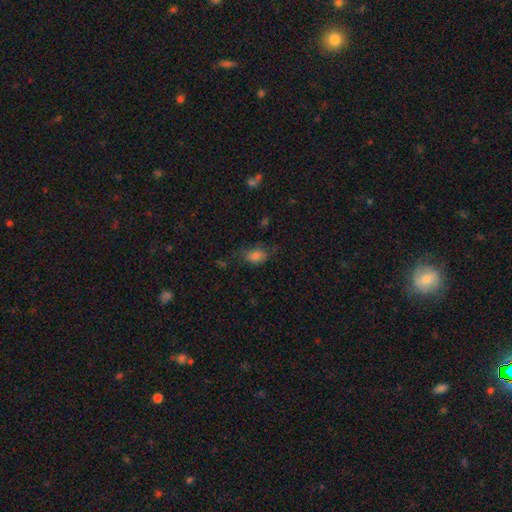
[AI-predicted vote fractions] Q: Smooth or featured?
A: smooth (76%); runner-up: star or artifact (13%)
Q: How rounded?
A: in between (77%); runner-up: round (21%)
Q: Merging?
A: none (54%); runner-up: minor disturbance (28%)